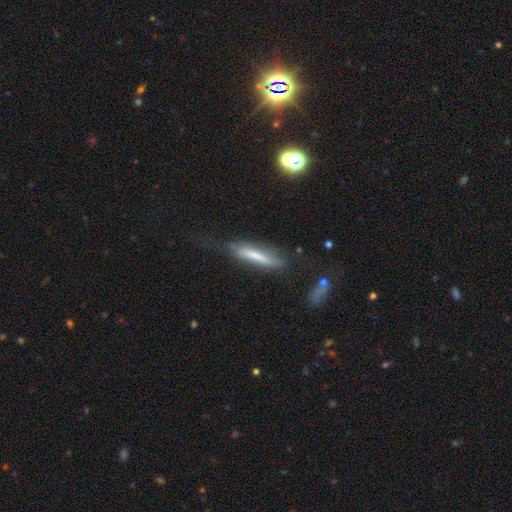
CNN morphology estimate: A smooth galaxy with no disk features (55%) that is cigar-shaped (85%).

Vote fractions:
- Smooth or featured? smooth: 55% / featured or disk: 38% / star or artifact: 7%
- How rounded? cigar-shaped: 85% / in between: 13% / round: 2%
- Merging? none: 45% / minor disturbance: 28% / major disturbance: 22% / merger: 5%